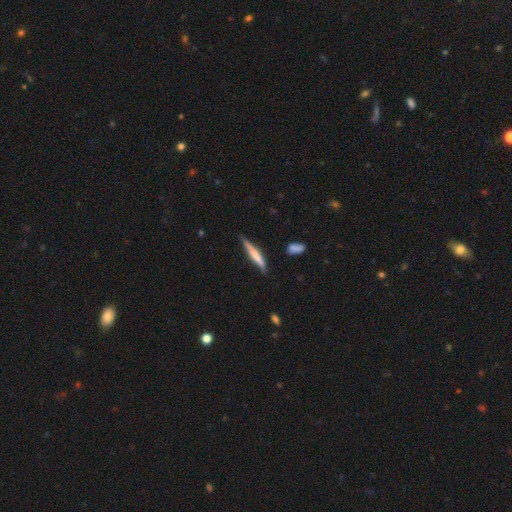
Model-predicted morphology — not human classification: The model was most divided on "smooth or featured": smooth: 54%, featured or disk: 40%, star or artifact: 6%. More confident: how rounded — cigar-shaped (92%); merging — none (74%).